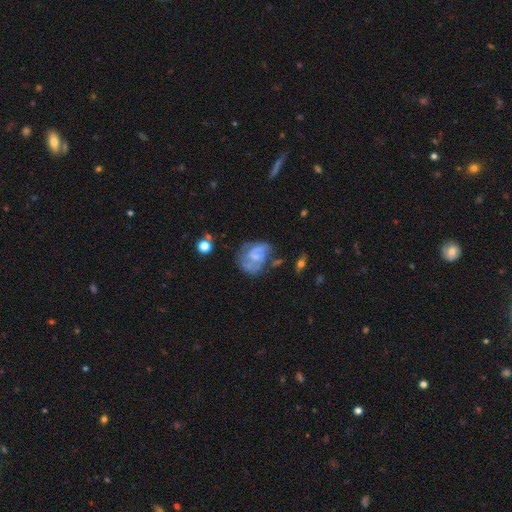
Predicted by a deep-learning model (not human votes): smooth-or-featured: featured or disk: 67% | smooth: 24% | star or artifact: 8%
  disk-edge-on: no: 97% | yes: 3%
    bar: no: 52% | weak: 39% | strong: 9%
    has-spiral-arms: yes: 73% | no: 27%
    bulge-size: small: 42% | none: 31% | moderate: 23% | large: 3% | dominant: 1%
  merging: none: 46% | minor disturbance: 26% | major disturbance: 21% | merger: 7%